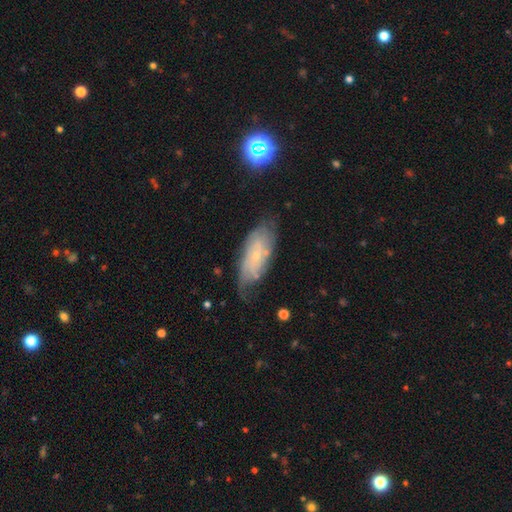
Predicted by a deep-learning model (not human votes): A featured or disk galaxy (57%). Merging: none (60%).